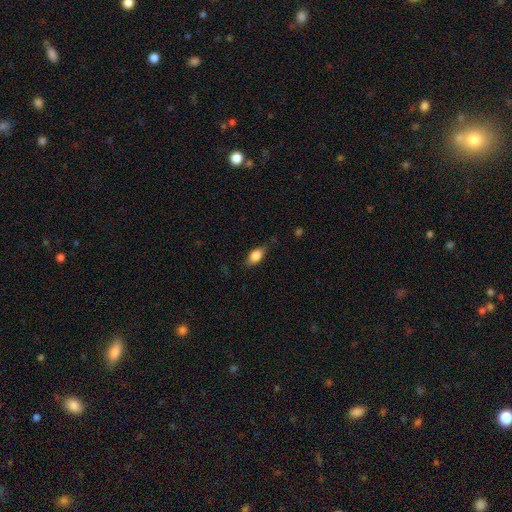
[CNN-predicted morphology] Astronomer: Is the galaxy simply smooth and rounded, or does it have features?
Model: smooth — 84%.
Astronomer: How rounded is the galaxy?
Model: in between — 87%.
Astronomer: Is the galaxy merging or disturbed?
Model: none — 75%.